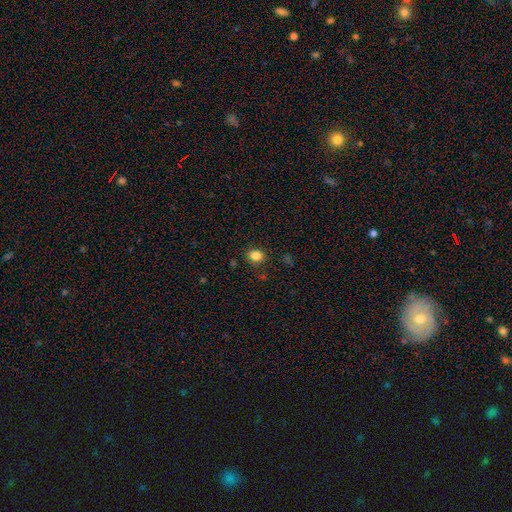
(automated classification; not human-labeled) Smooth or featured?
  - smooth: 84% *
  - star or artifact: 12%
  - featured or disk: 4%
How rounded?
  - round: 54% *
  - in between: 45%
  - cigar-shaped: 1%
Merging?
  - none: 86% *
  - minor disturbance: 9%
  - major disturbance: 3%
  - merger: 2%